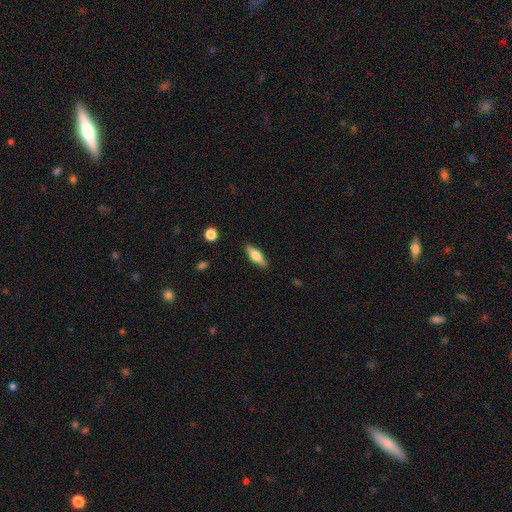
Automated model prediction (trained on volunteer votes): Morphology: type=smooth (63%); roundness=in between (57%); merging=none (87%).